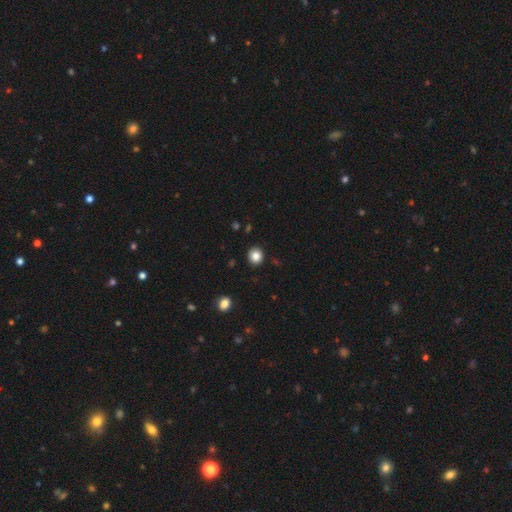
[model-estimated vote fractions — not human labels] Smooth or featured? Predicted: smooth (p=0.84). How rounded? Predicted: round (p=0.85). Merging? Predicted: none (p=0.91).